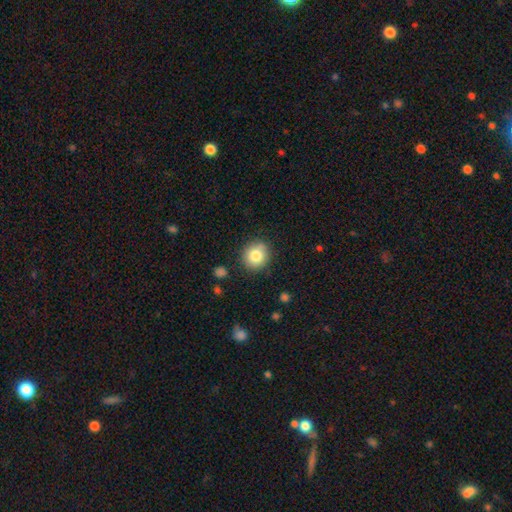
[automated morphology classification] smooth-or-featured: smooth: 82% | star or artifact: 9% | featured or disk: 9%
  how-rounded: round: 86% | in between: 13% | cigar-shaped: 1%
  merging: none: 86% | minor disturbance: 10% | major disturbance: 3% | merger: 2%